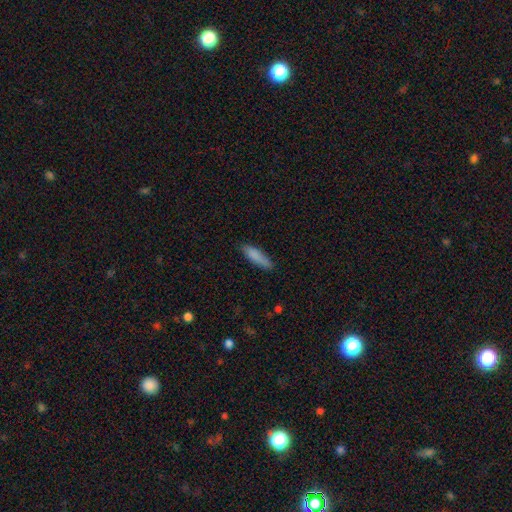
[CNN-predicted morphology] smooth-or-featured: smooth: 85% | featured or disk: 8% | star or artifact: 6%
  how-rounded: cigar-shaped: 63% | in between: 36% | round: 2%
  merging: none: 80% | minor disturbance: 16% | major disturbance: 3% | merger: 1%